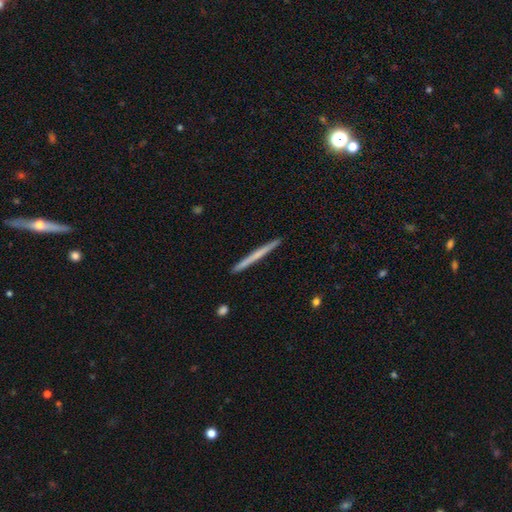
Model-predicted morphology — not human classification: Overall: smooth (48%; featured or disk 47%). Merging: none (93%).